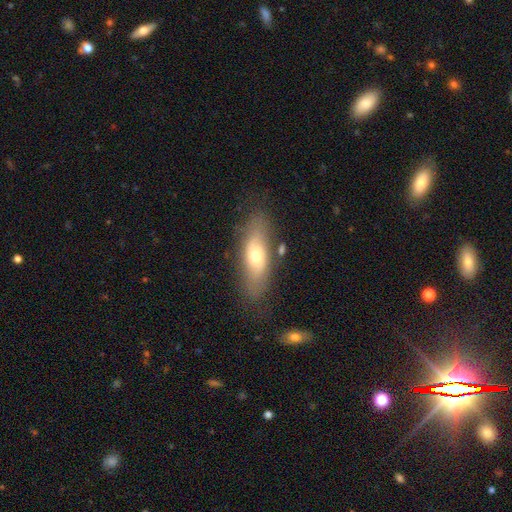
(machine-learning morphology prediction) A smooth galaxy with no disk features (57%) that is in between round and cigar-shaped (66%). Merging: none (74%).